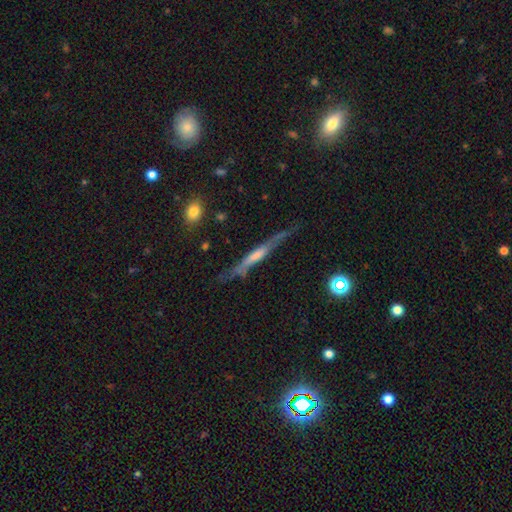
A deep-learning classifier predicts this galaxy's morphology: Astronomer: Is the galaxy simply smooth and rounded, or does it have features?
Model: featured or disk — 65%.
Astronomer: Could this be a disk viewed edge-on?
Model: yes — 89%.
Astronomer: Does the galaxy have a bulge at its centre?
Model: none — 45% (runner-up: boxy, 28%).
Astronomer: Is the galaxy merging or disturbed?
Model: none — 63%.